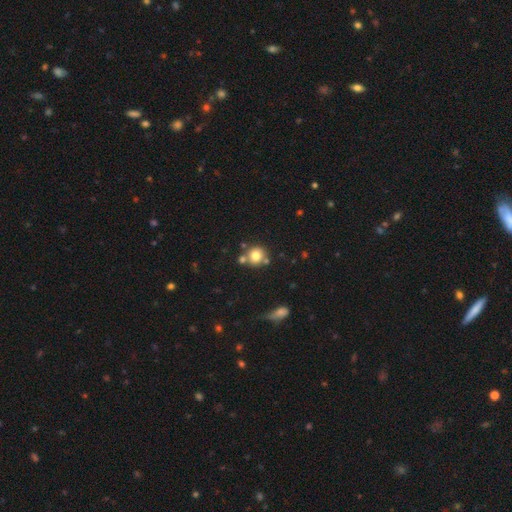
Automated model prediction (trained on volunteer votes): A smooth galaxy with no disk features (77%) that is round (87%).

Vote fractions:
- Smooth or featured? smooth: 77% / featured or disk: 12% / star or artifact: 11%
- How rounded? round: 87% / in between: 12% / cigar-shaped: 1%
- Merging? none: 65% / merger: 20% / minor disturbance: 11% / major disturbance: 4%